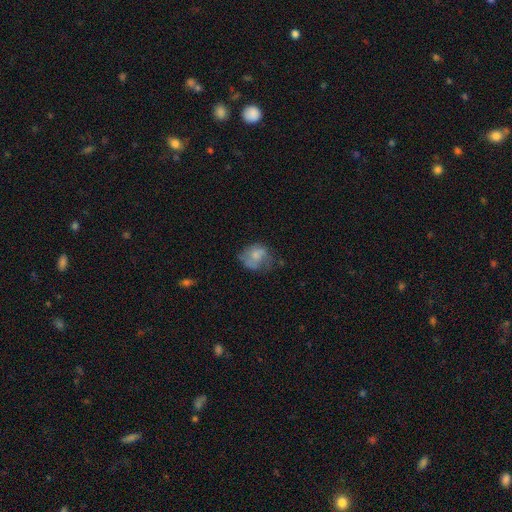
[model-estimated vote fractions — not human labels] This appears to be a smooth galaxy with no disk features (58%) that is round (60%). Merging: none (45%).